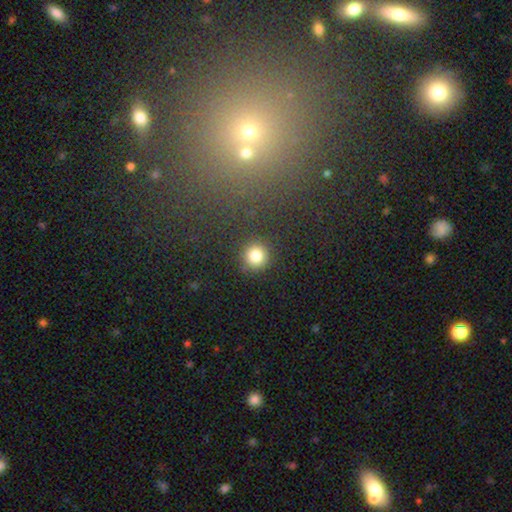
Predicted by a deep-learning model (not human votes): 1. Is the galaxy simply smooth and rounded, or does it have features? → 82% smooth, 13% star or artifact, 6% featured or disk.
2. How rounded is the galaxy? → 93% round, 6% in between, 1% cigar-shaped.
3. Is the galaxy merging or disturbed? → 89% none, 7% minor disturbance, 3% major disturbance, 2% merger.